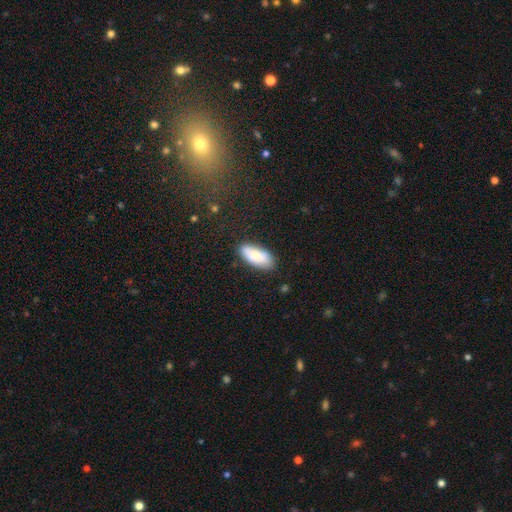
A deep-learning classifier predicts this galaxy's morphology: Smooth or featured: smooth — 75% (featured or disk — 19%)
How rounded: in between — 88% (cigar-shaped — 9%)
Merging: none — 80% (minor disturbance — 15%)